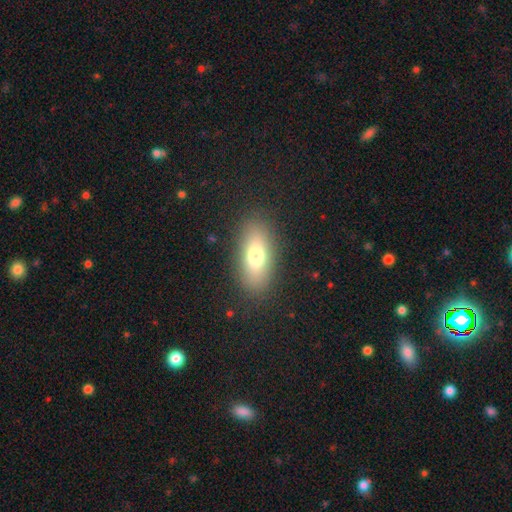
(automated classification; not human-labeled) Smooth or featured?
  - smooth: 72% *
  - featured or disk: 18%
  - star or artifact: 10%
How rounded?
  - in between: 80% *
  - cigar-shaped: 14%
  - round: 6%
Merging?
  - none: 85% *
  - minor disturbance: 10%
  - major disturbance: 4%
  - merger: 1%